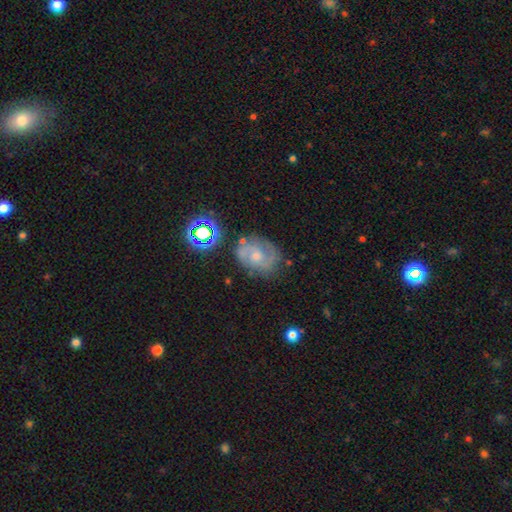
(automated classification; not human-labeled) smooth-or-featured: featured or disk: 71% | smooth: 17% | star or artifact: 12%
  disk-edge-on: no: 97% | yes: 3%
    bar: no: 60% | weak: 34% | strong: 5%
    has-spiral-arms: yes: 92% | no: 8%
      spiral-winding: medium: 48% | tight: 36% | loose: 16%
      spiral-arm-count: 2: 72% | can't tell: 14% | 3: 6% | 1: 3% | 4: 2% | more than 4: 2%
    bulge-size: moderate: 47% | small: 44% | none: 5% | large: 3% | dominant: 1%
  merging: none: 69% | minor disturbance: 19% | major disturbance: 7% | merger: 4%